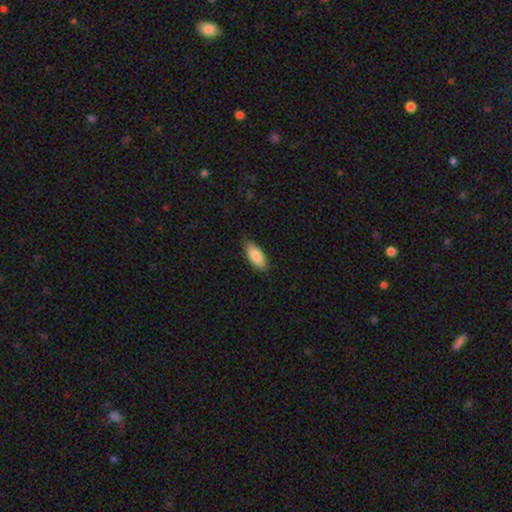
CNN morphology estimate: This is clearly a smooth galaxy (87%). How rounded: clearly in between (85%). Merging: clearly none (87%).